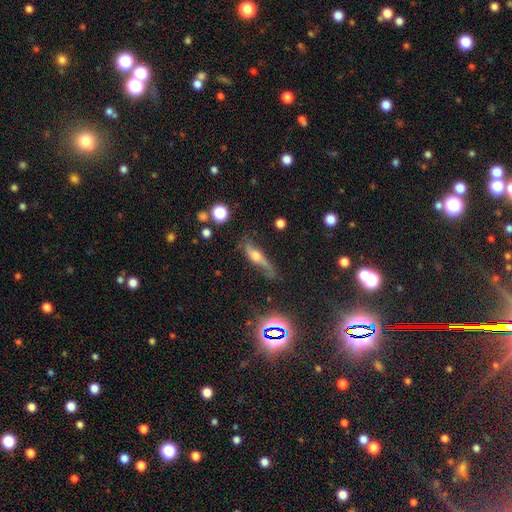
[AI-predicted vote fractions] A featured or disk galaxy (55%) viewed edge-on (59%).

Vote fractions:
- Smooth or featured? featured or disk: 55% / smooth: 29% / star or artifact: 16%
- Edge-on disk? yes: 59% / no: 41%
- Merging? none: 53% / minor disturbance: 26% / major disturbance: 16% / merger: 4%